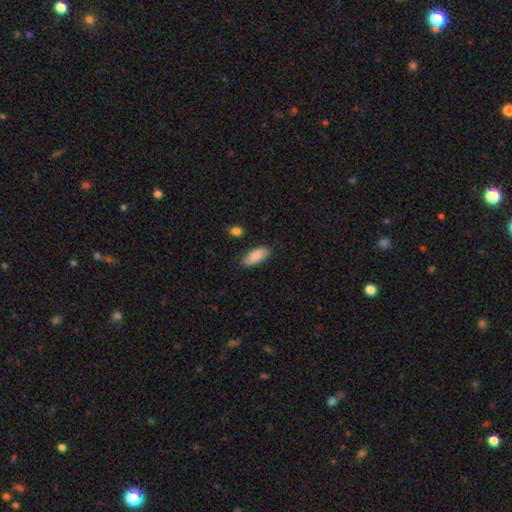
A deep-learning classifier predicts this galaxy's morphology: Smooth or featured?
  - smooth: 86% *
  - featured or disk: 8%
  - star or artifact: 6%
How rounded?
  - in between: 87% *
  - cigar-shaped: 12%
  - round: 2%
Merging?
  - none: 82% *
  - minor disturbance: 13%
  - major disturbance: 3%
  - merger: 2%